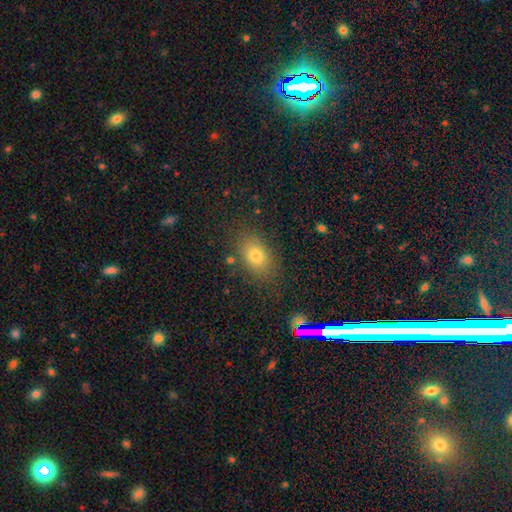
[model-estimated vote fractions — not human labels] smooth 74%, star or artifact 14%, featured or disk 12%. Down the decision tree: how rounded — in between (78%); merging — none (82%).